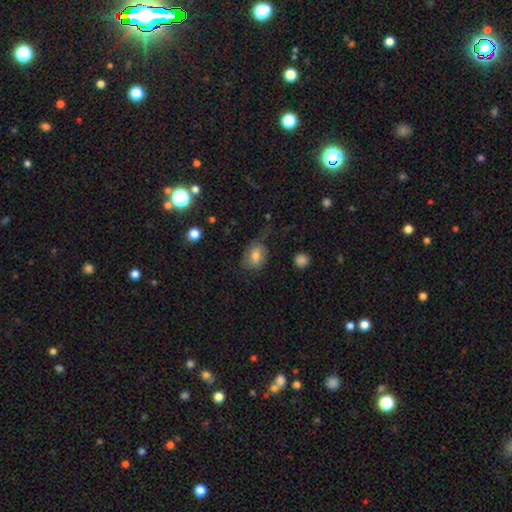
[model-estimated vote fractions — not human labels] smooth-or-featured: smooth: 67% | featured or disk: 24% | star or artifact: 10%
  how-rounded: in between: 73% | round: 25% | cigar-shaped: 2%
  merging: none: 44% | minor disturbance: 30% | major disturbance: 24% | merger: 3%